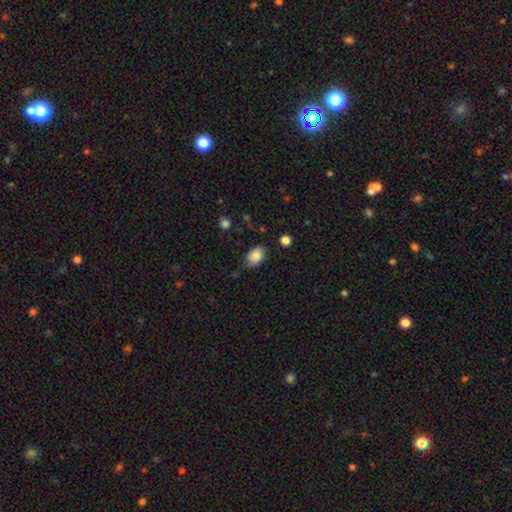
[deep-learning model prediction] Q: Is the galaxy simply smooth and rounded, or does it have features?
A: smooth — 86%.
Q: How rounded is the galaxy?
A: in between — 84%.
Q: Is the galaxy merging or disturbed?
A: none — 71%.